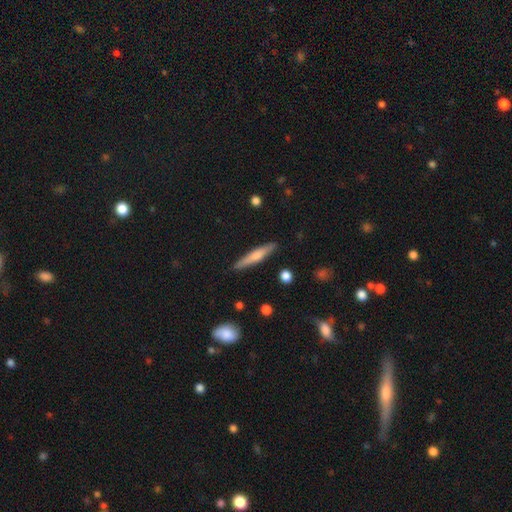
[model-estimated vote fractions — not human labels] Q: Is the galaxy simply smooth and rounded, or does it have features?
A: smooth — 58%.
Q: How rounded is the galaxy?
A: cigar-shaped — 89%.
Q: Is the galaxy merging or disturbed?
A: none — 88%.